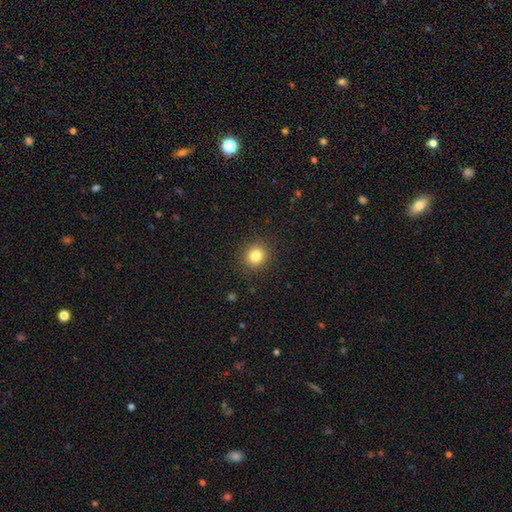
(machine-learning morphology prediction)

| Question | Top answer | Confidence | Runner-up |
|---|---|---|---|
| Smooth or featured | smooth | 82% | star or artifact (12%) |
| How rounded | round | 85% | in between (14%) |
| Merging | none | 90% | minor disturbance (7%) |